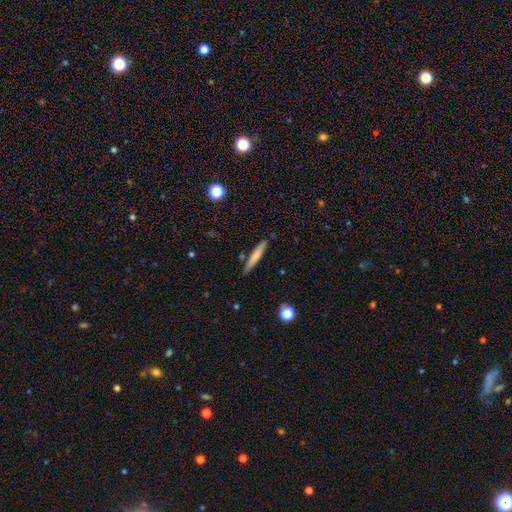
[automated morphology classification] smooth_or_featured: smooth (p=0.68) [alt: featured or disk p=0.25]
how_rounded: cigar-shaped (p=0.93) [alt: in between p=0.06]
merging: none (p=0.83) [alt: minor disturbance p=0.11]